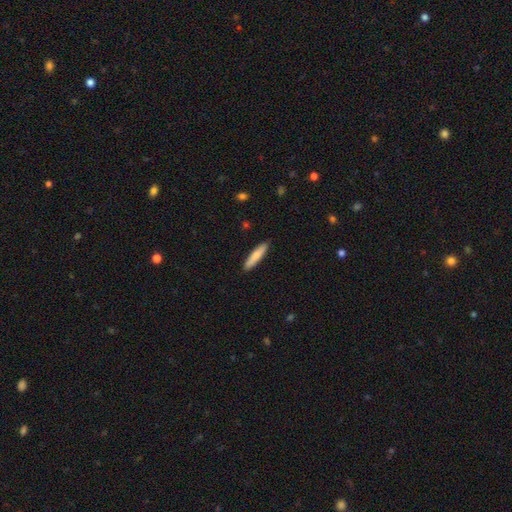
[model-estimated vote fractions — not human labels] This is clearly a smooth galaxy (81%). How rounded: clearly cigar-shaped (86%). Merging: clearly none (90%).